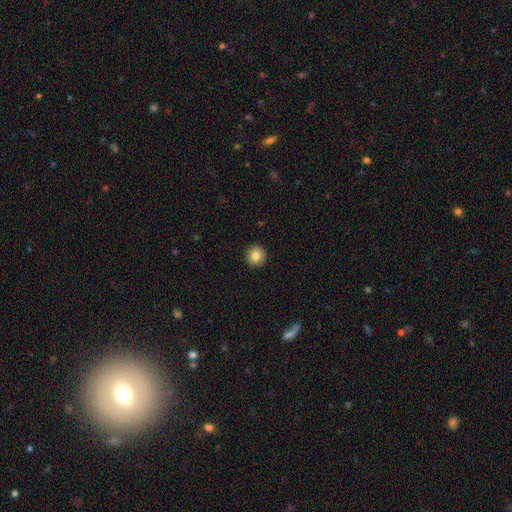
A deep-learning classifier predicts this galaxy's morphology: Smooth or featured?
  - smooth: 84% *
  - star or artifact: 9%
  - featured or disk: 7%
How rounded?
  - round: 95% *
  - in between: 4%
  - cigar-shaped: 1%
Merging?
  - none: 93% *
  - minor disturbance: 4%
  - major disturbance: 1%
  - merger: 1%